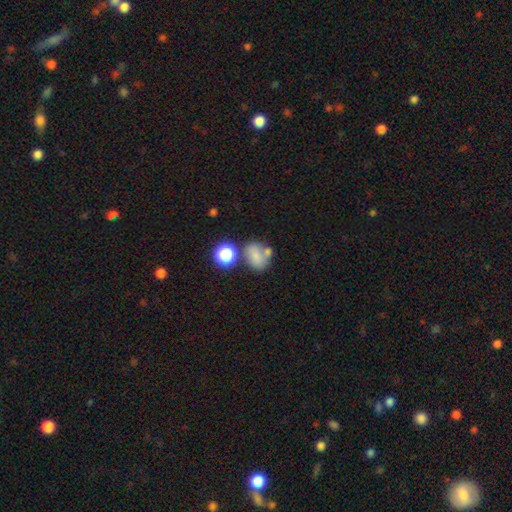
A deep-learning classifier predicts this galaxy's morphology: smooth 70%, featured or disk 15%, star or artifact 15%. Down the decision tree: how rounded — in between (53%); merging — none (45%).